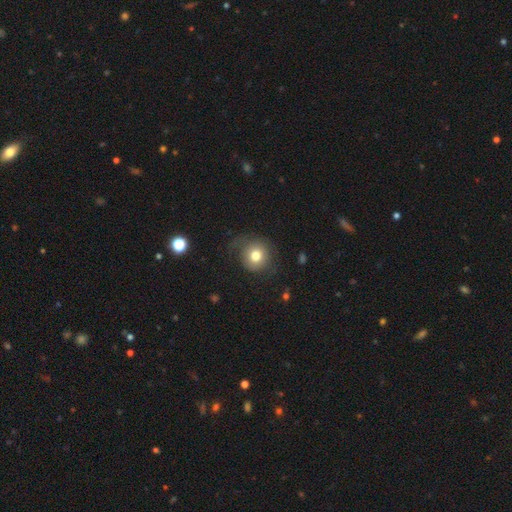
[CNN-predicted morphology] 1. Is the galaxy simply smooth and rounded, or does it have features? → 74% smooth, 15% featured or disk, 11% star or artifact.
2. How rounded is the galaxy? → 87% round, 12% in between, 1% cigar-shaped.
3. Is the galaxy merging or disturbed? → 61% none, 21% minor disturbance, 16% major disturbance, 2% merger.